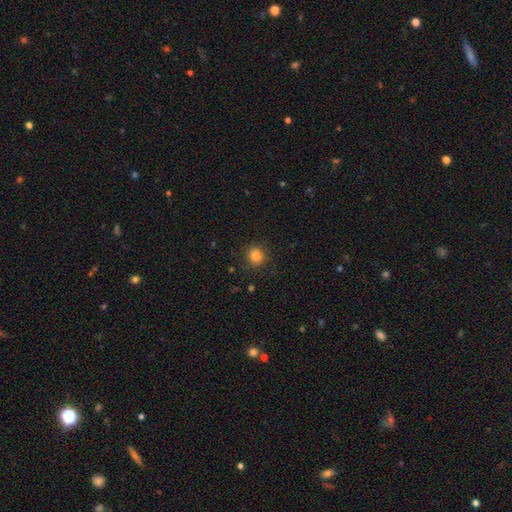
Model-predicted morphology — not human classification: Q: Smooth or featured?
A: smooth (84%); runner-up: star or artifact (12%)
Q: How rounded?
A: round (85%); runner-up: in between (14%)
Q: Merging?
A: none (88%); runner-up: minor disturbance (8%)